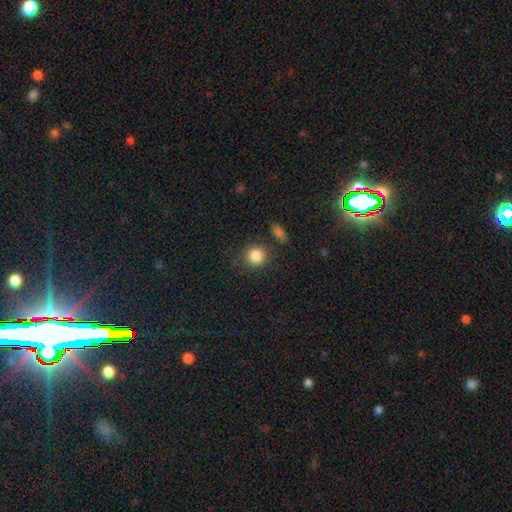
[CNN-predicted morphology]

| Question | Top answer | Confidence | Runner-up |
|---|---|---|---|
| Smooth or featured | smooth | 86% | star or artifact (9%) |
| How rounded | round | 89% | in between (10%) |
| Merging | none | 82% | minor disturbance (9%) |